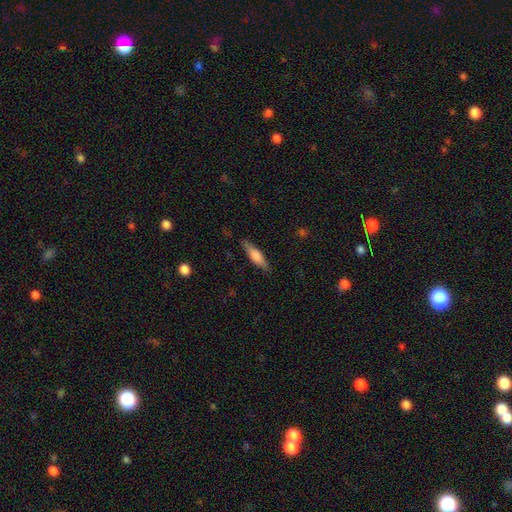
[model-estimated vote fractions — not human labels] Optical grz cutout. It shows a smooth galaxy with no disk features (60%) that is cigar-shaped (70%). Merging: none (82%).